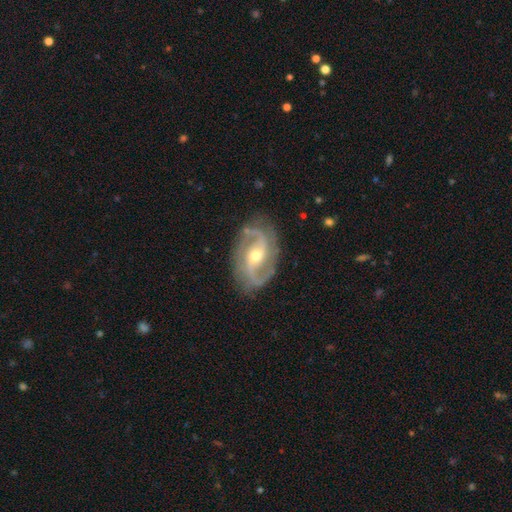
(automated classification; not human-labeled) Smooth or featured: featured or disk — 91% (star or artifact — 5%)
Edge-on disk: no — 97% (yes — 3%)
Bar: weak — 41% (no — 39%)
Spiral arms: yes — 98% (no — 2%)
Spiral winding: medium — 56% (tight — 24%)
Spiral arm count: 2 — 88% (3 — 4%)
Bulge size: moderate — 59% (small — 37%)
Merging: none — 80% (minor disturbance — 14%)